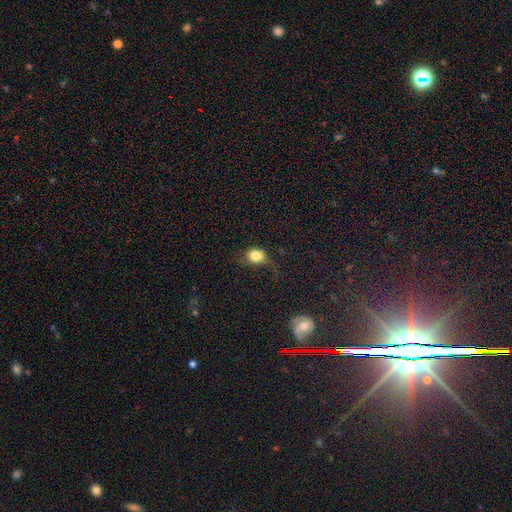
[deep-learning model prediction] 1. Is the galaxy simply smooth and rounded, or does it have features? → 78% smooth, 12% featured or disk, 11% star or artifact.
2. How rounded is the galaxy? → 57% round, 42% in between, 1% cigar-shaped.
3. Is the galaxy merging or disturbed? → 44% none, 27% major disturbance, 26% minor disturbance, 3% merger.